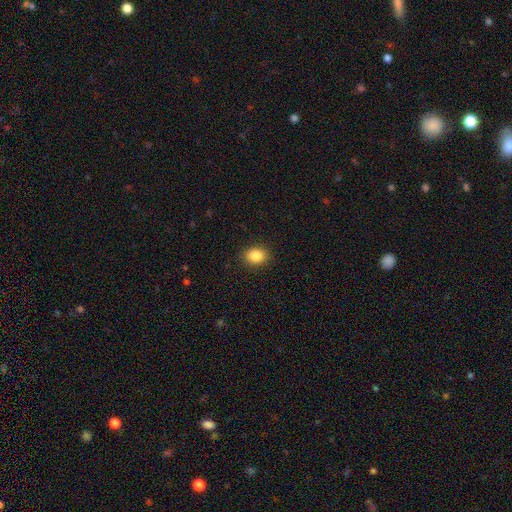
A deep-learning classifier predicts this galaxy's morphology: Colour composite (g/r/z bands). It shows a smooth galaxy with no disk features (86%) that is in between round and cigar-shaped (53%). Merging: none (90%).